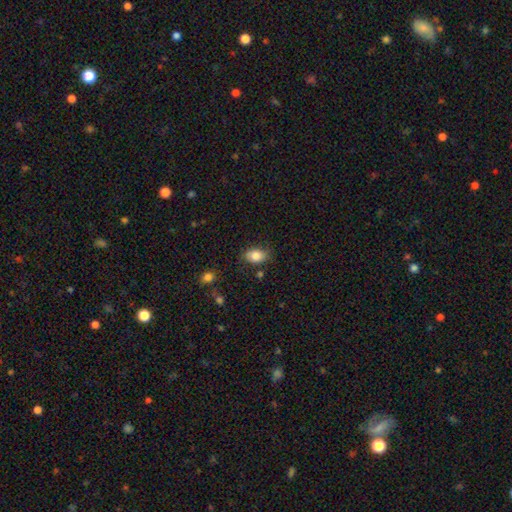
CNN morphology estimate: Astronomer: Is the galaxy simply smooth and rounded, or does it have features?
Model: smooth — 83%.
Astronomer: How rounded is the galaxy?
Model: in between — 83%.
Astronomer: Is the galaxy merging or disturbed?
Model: none — 79%.